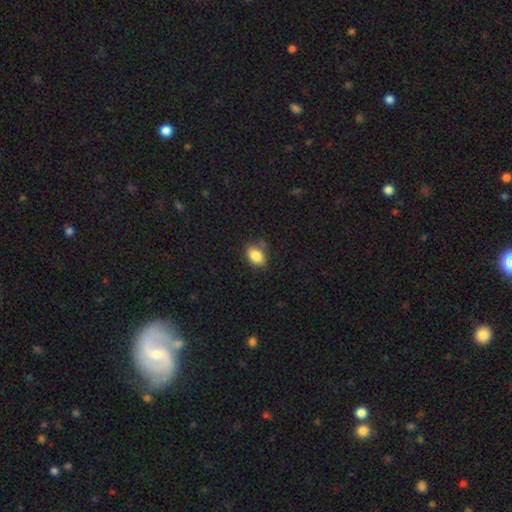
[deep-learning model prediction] Overall: smooth (86%). How rounded: in between (84%). Merging: none (73%).